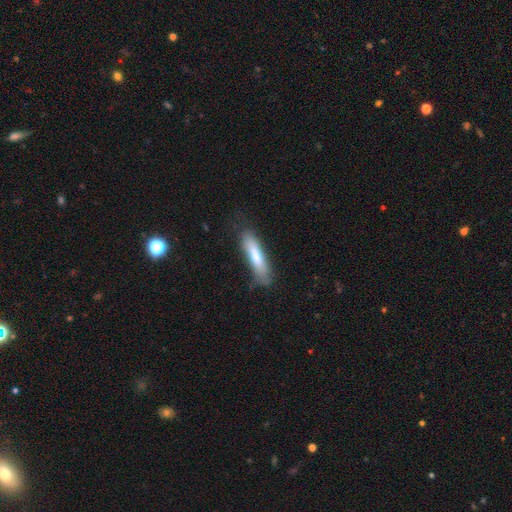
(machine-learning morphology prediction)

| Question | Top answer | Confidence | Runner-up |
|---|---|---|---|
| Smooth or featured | smooth | 73% | featured or disk (21%) |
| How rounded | cigar-shaped | 77% | in between (22%) |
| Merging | none | 70% | minor disturbance (20%) |